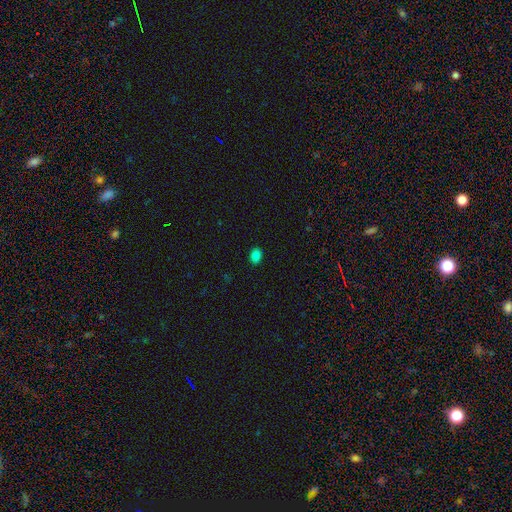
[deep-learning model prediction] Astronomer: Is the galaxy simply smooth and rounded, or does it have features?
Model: smooth — 83%.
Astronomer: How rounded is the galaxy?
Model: in between — 65%.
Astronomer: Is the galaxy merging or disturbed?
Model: none — 89%.